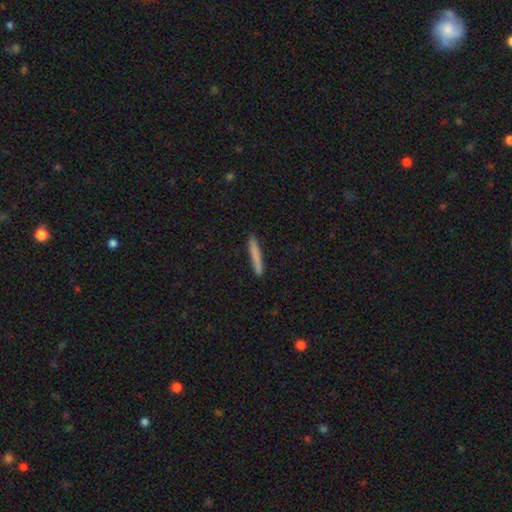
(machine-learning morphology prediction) Q: Smooth or featured?
A: smooth (78%); runner-up: featured or disk (16%)
Q: How rounded?
A: cigar-shaped (96%); runner-up: in between (3%)
Q: Merging?
A: none (90%); runner-up: minor disturbance (7%)